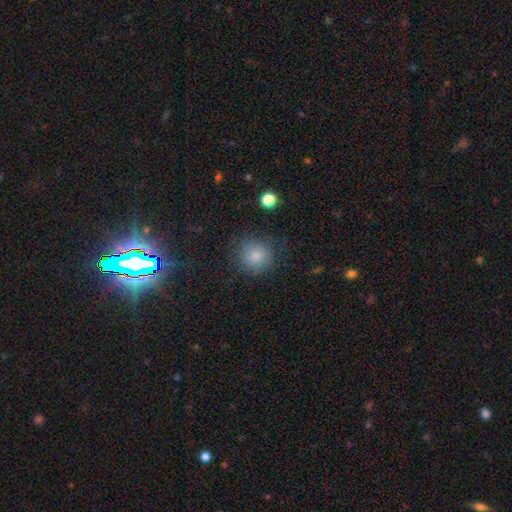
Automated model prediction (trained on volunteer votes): The model was most divided on "merging": none: 80%, minor disturbance: 13%, major disturbance: 5%, merger: 2%. More confident: how rounded — round (90%); smooth or featured — smooth (82%).